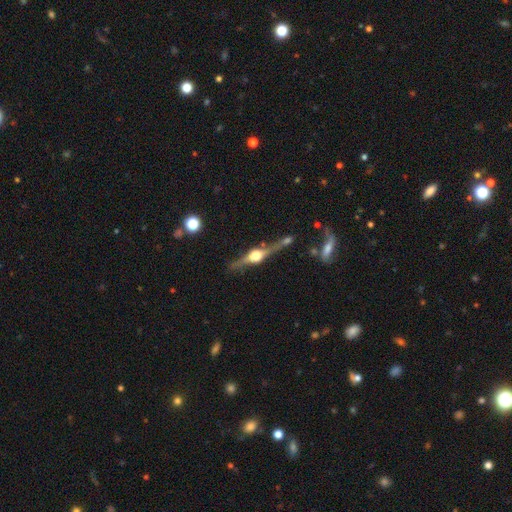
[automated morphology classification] Smooth or featured? featured or disk (82%)
Edge-on disk? yes (96%)
Edge-on bulge? rounded (95%)
Merging? none (71%)